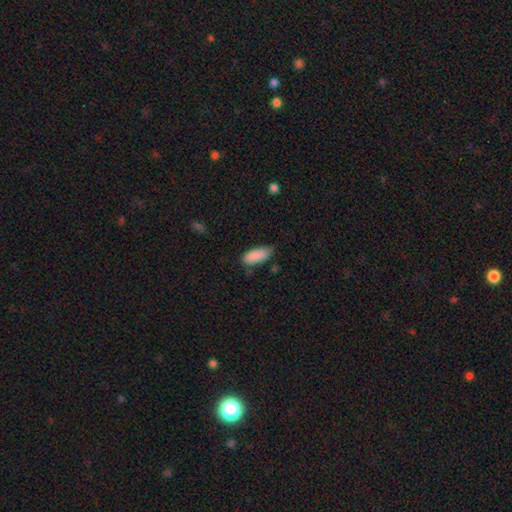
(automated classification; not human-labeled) Morphology: type=smooth (89%); roundness=in between (82%); merging=none (68%).